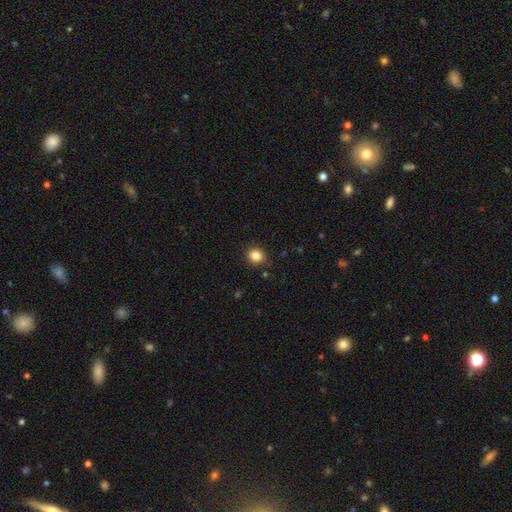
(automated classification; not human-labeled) Smooth or featured?
  - smooth: 84% *
  - star or artifact: 11%
  - featured or disk: 5%
How rounded?
  - round: 79% *
  - in between: 20%
  - cigar-shaped: 1%
Merging?
  - none: 87% *
  - minor disturbance: 9%
  - major disturbance: 2%
  - merger: 1%